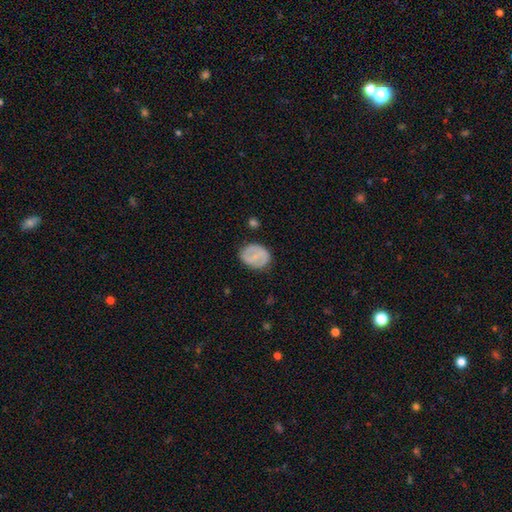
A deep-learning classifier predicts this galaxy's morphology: The model was most divided on "how rounded": in between: 56%, round: 43%, cigar-shaped: 1%. More confident: merging — none (79%); smooth or featured — smooth (62%).